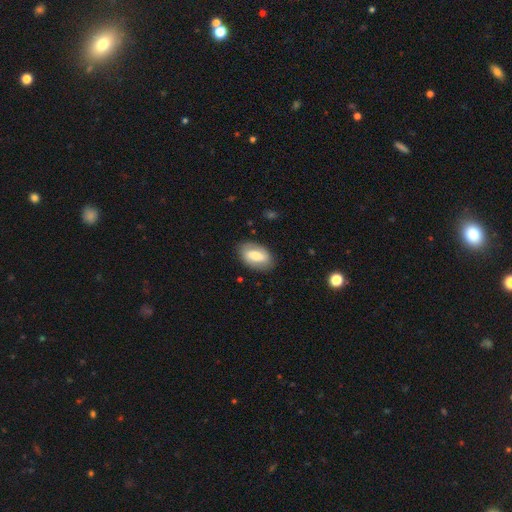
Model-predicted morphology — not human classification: This is possibly a smooth galaxy (59%). How rounded: clearly in between (91%). Merging: clearly none (84%).